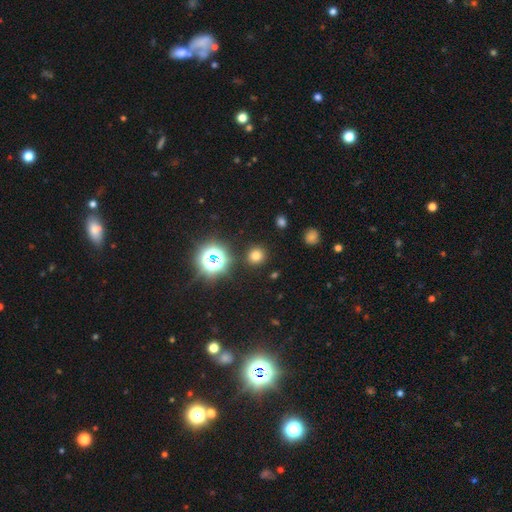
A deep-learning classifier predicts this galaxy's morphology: Smooth or featured? Predicted: smooth (p=0.70). How rounded? Predicted: round (p=0.93). Merging? Predicted: none (p=0.89).